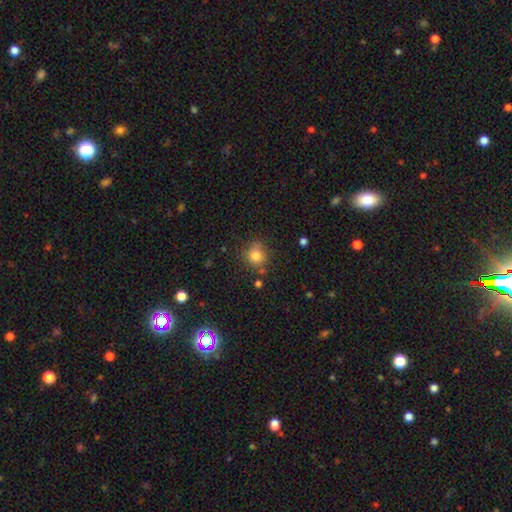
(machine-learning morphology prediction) This is clearly a smooth galaxy (81%). How rounded: clearly round (80%). Merging: likely none (70%).